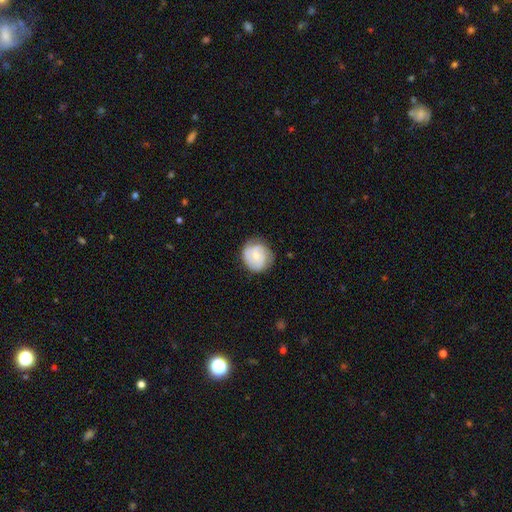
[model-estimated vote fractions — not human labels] This is possibly a featured or disk galaxy (48%). Merging: likely none (69%).